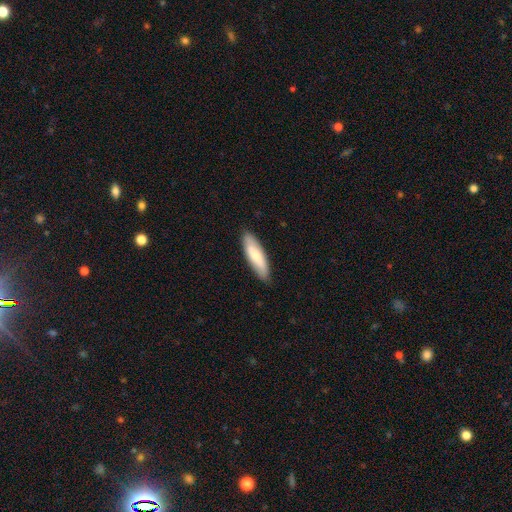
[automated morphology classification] smooth-or-featured: smooth: 70% | featured or disk: 25% | star or artifact: 5%
  how-rounded: cigar-shaped: 57% | in between: 42% | round: 2%
  merging: none: 86% | minor disturbance: 11% | major disturbance: 2% | merger: 1%